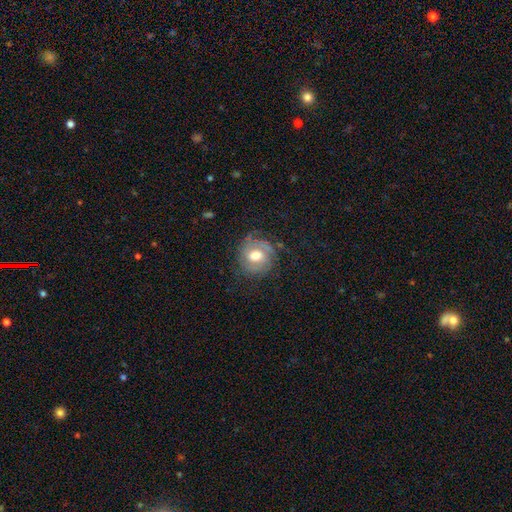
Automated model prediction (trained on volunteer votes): Smooth or featured? featured or disk (64%)
Edge-on disk? no (97%)
Bar? no (53%)
Spiral arms? yes (81%)
Bulge size? moderate (60%)
Merging? none (70%)